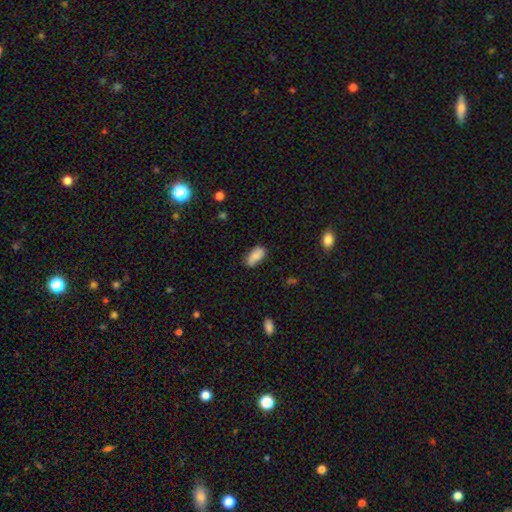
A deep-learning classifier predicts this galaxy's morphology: A smooth galaxy with no disk features (85%) that is in between round and cigar-shaped (91%).

Vote fractions:
- Smooth or featured? smooth: 85% / featured or disk: 8% / star or artifact: 7%
- How rounded? in between: 91% / cigar-shaped: 6% / round: 3%
- Merging? none: 77% / minor disturbance: 18% / major disturbance: 3% / merger: 2%